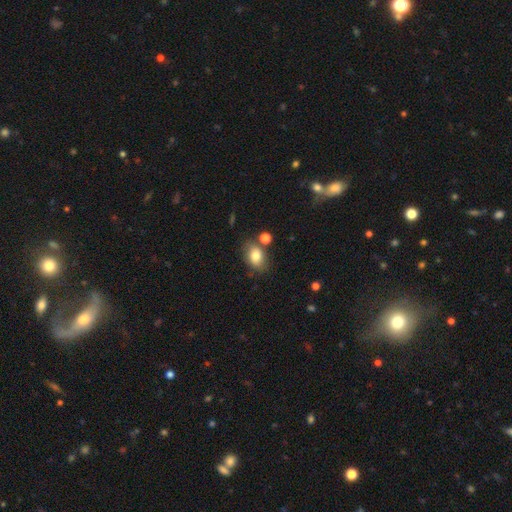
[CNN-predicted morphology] Overall: smooth (79%). How rounded: in between (74%). Merging: none (70%).